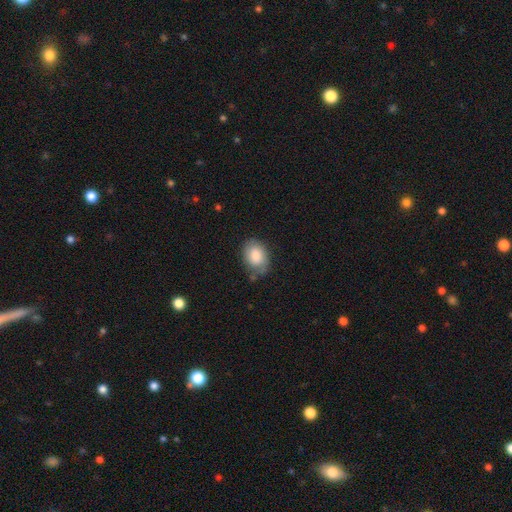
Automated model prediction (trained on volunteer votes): Smooth or featured?
  - smooth: 84% *
  - featured or disk: 10%
  - star or artifact: 6%
How rounded?
  - in between: 79% *
  - round: 20%
  - cigar-shaped: 1%
Merging?
  - none: 68% *
  - minor disturbance: 23%
  - major disturbance: 6%
  - merger: 3%